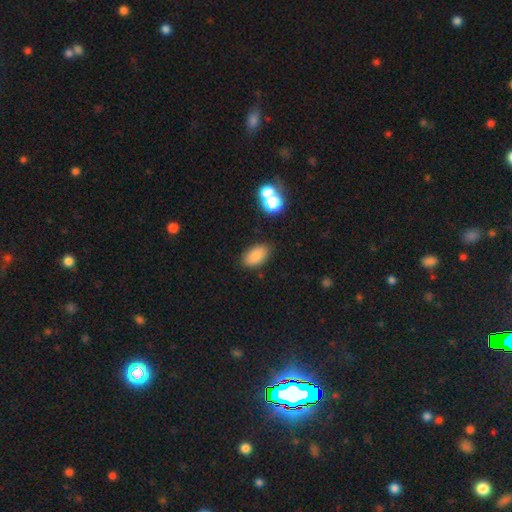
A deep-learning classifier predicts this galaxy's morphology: smooth-or-featured: smooth: 84% | star or artifact: 10% | featured or disk: 7%
  how-rounded: in between: 92% | round: 6% | cigar-shaped: 2%
  merging: none: 84% | minor disturbance: 11% | major disturbance: 3% | merger: 3%